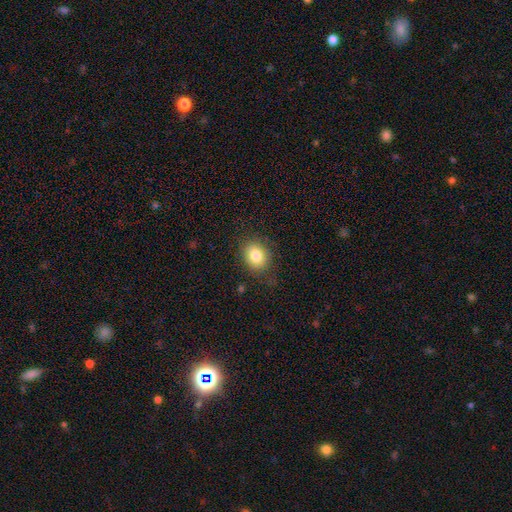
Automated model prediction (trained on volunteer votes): Q: Smooth or featured?
A: smooth (82%); runner-up: star or artifact (10%)
Q: How rounded?
A: round (57%); runner-up: in between (42%)
Q: Merging?
A: none (79%); runner-up: minor disturbance (15%)